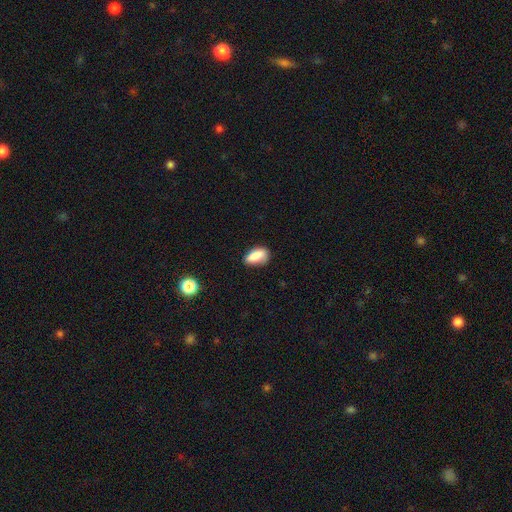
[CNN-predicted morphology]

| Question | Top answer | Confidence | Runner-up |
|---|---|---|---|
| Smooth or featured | smooth | 84% | featured or disk (8%) |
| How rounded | in between | 89% | cigar-shaped (5%) |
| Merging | none | 67% | minor disturbance (26%) |